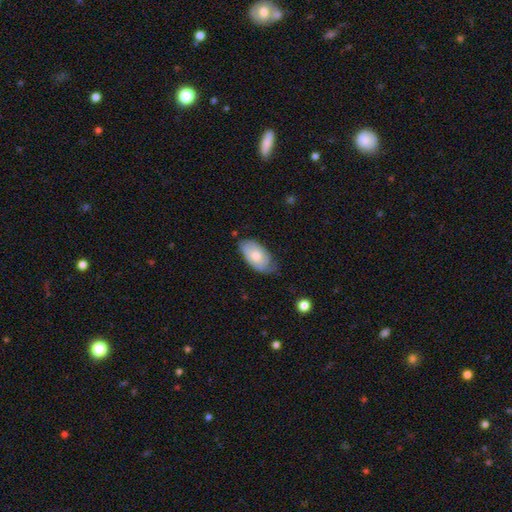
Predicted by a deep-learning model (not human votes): smooth 63%, featured or disk 31%, star or artifact 6%. Down the decision tree: how rounded — in between (94%); merging — none (55%).